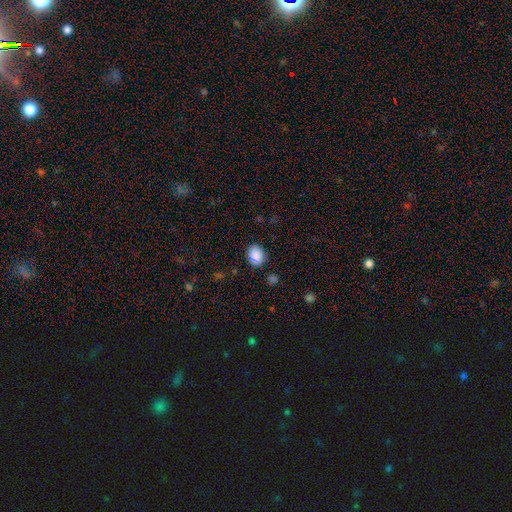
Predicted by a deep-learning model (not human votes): Smooth or featured?
  - smooth: 87% *
  - star or artifact: 9%
  - featured or disk: 4%
How rounded?
  - in between: 58% *
  - round: 41%
  - cigar-shaped: 1%
Merging?
  - none: 80% *
  - minor disturbance: 14%
  - major disturbance: 3%
  - merger: 3%